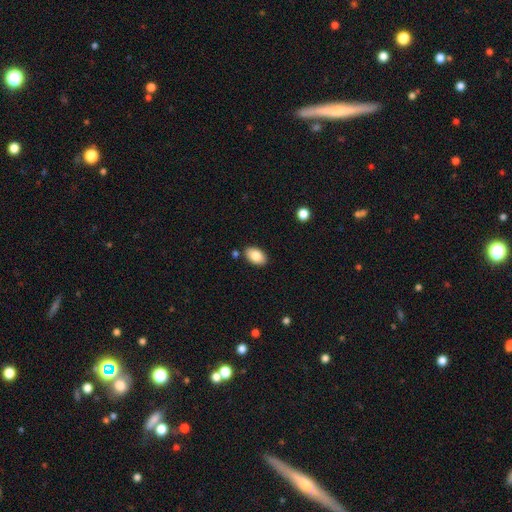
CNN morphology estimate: type=smooth (84%); roundness=in between (93%); merging=none (85%).